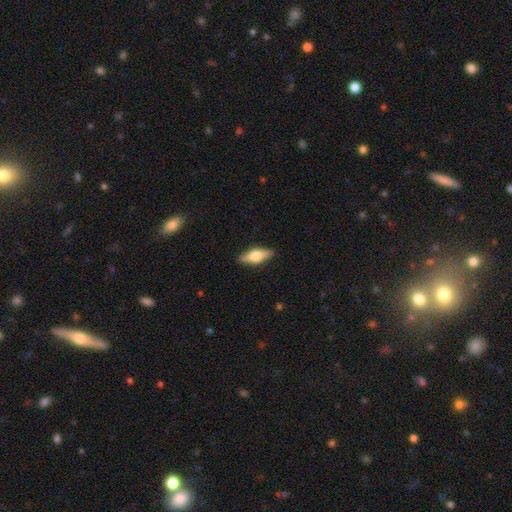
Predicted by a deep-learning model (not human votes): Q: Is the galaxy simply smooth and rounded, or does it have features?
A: smooth — 50%.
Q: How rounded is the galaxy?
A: in between — 64%.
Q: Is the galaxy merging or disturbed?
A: none — 89%.